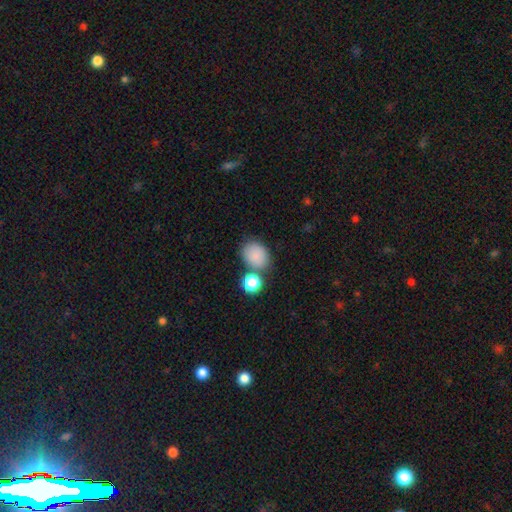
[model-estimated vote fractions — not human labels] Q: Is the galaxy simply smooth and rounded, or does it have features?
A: smooth — 85%.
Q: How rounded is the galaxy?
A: in between — 60%.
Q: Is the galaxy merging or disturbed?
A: none — 64%.